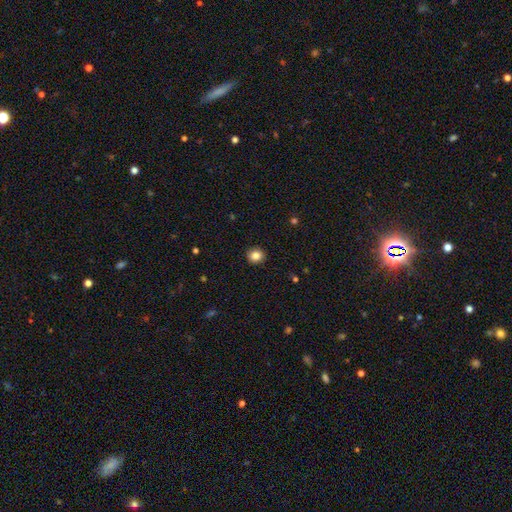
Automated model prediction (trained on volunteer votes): Q: Smooth or featured?
A: smooth (85%); runner-up: star or artifact (10%)
Q: How rounded?
A: round (83%); runner-up: in between (16%)
Q: Merging?
A: none (92%); runner-up: minor disturbance (6%)